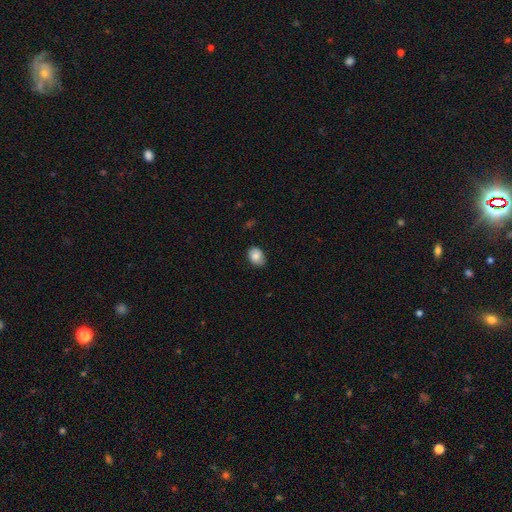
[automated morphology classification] This is clearly a smooth galaxy (83%). How rounded: likely in between (71%). Merging: likely none (75%).